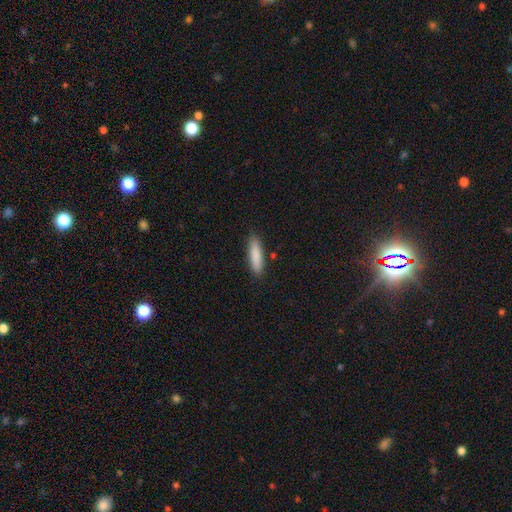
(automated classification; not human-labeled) Smooth or featured? smooth (86%)
How rounded? cigar-shaped (68%)
Merging? none (87%)